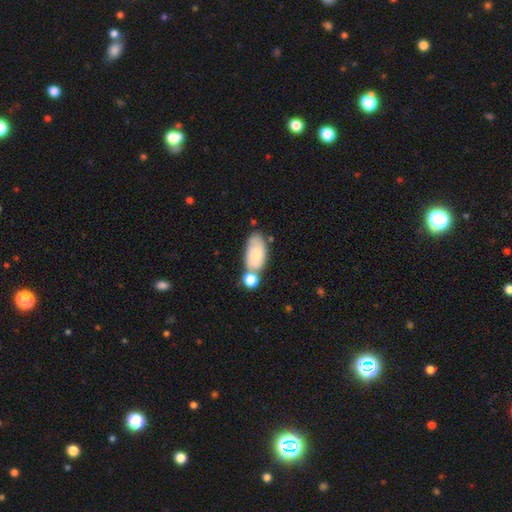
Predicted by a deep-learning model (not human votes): Morphology: type=smooth (71%); roundness=in between (92%); merging=none (42%).